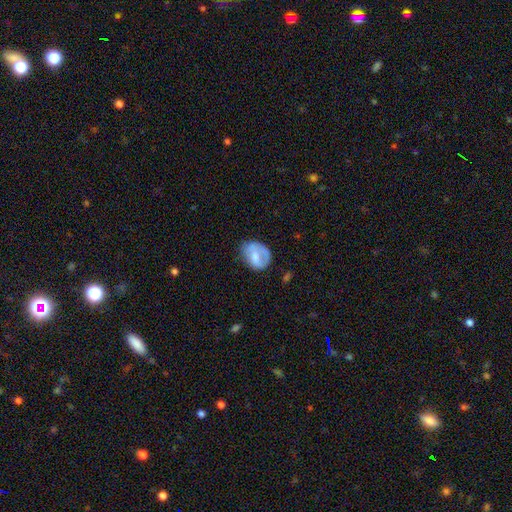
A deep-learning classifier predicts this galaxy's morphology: This appears to be a smooth galaxy with no disk features (60%) that is in between round and cigar-shaped (59%). Merging: none (50%).